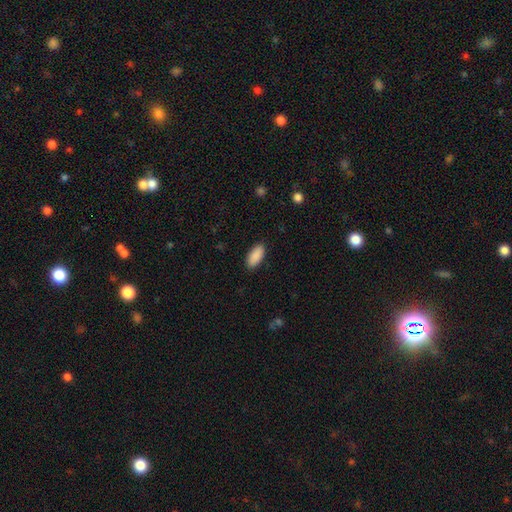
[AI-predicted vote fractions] Morphology: type=smooth (91%); roundness=in between (91%); merging=none (89%).